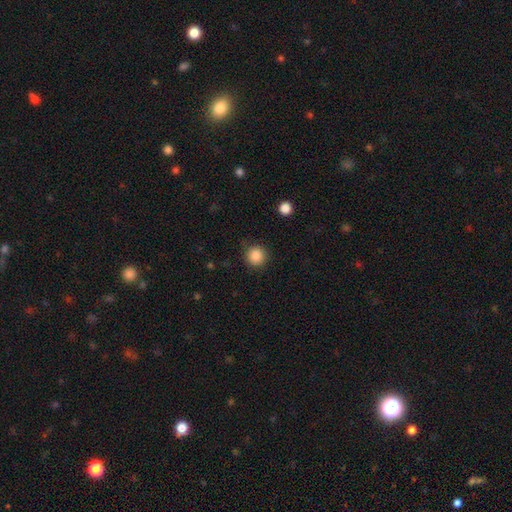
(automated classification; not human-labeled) smooth_or_featured: smooth (p=0.87) [alt: star or artifact p=0.10]
how_rounded: round (p=0.94) [alt: in between p=0.05]
merging: none (p=0.87) [alt: minor disturbance p=0.09]